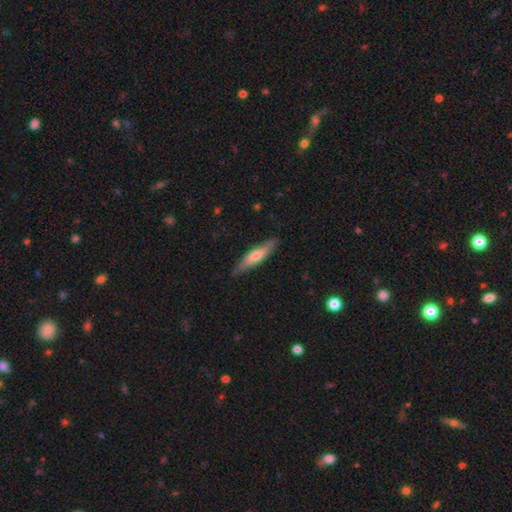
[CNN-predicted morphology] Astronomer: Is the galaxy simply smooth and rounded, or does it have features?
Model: smooth — 57% (runner-up: featured or disk, 38%).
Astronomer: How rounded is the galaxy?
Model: cigar-shaped — 81%.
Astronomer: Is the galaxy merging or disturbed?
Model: none — 85%.